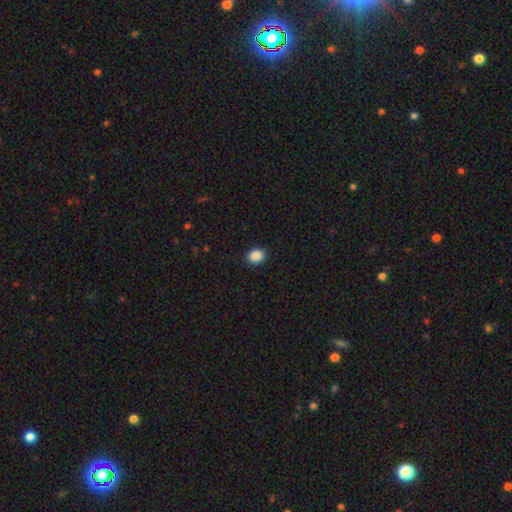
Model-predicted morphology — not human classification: smooth_or_featured: smooth (p=0.89) [alt: star or artifact p=0.09]
how_rounded: round (p=0.59) [alt: in between p=0.40]
merging: none (p=0.90) [alt: minor disturbance p=0.07]